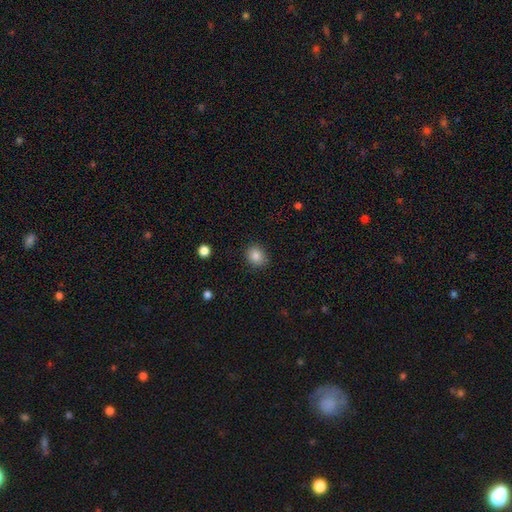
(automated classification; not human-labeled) smooth-or-featured: smooth: 86% | star or artifact: 10% | featured or disk: 5%
  how-rounded: round: 73% | in between: 26% | cigar-shaped: 1%
  merging: none: 88% | minor disturbance: 9% | major disturbance: 3% | merger: 1%